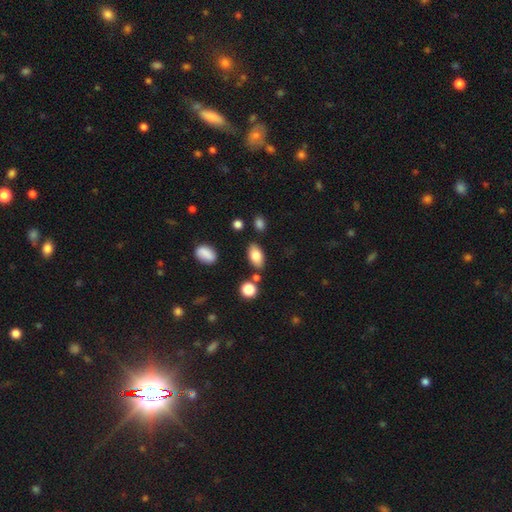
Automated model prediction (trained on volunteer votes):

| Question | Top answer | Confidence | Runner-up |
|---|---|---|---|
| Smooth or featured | smooth | 80% | featured or disk (12%) |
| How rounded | in between | 90% | round (6%) |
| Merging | none | 79% | minor disturbance (11%) |